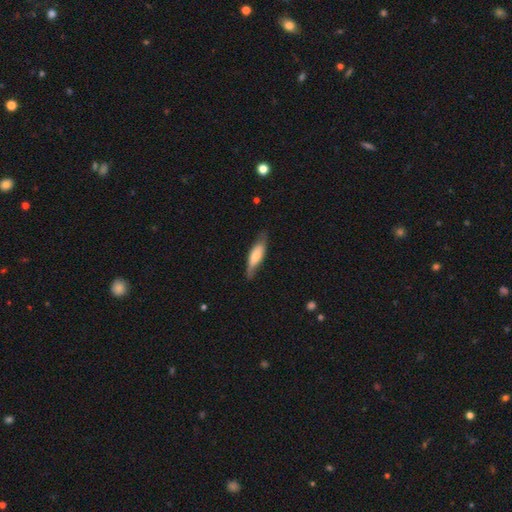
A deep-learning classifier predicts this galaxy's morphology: Smooth or featured? Predicted: smooth (p=0.62). How rounded? Predicted: cigar-shaped (p=0.57). Merging? Predicted: none (p=0.69).